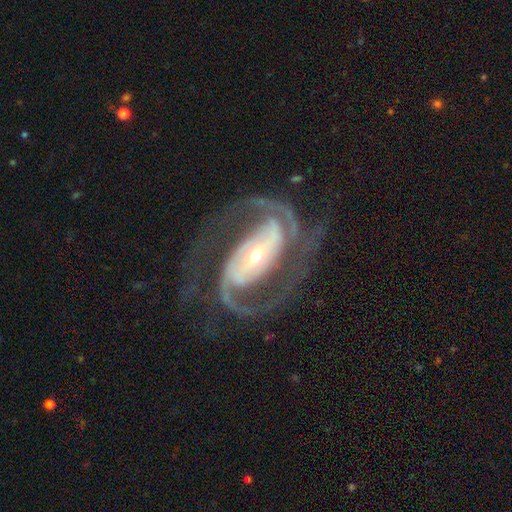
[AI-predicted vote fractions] This is clearly a featured or disk galaxy (92%). It is clearly not viewed edge-on (97%). Bar: possibly strong (48%). Spiral arm pattern: clearly yes (98%). Spiral arm count: clearly 2 (88%). Spiral winding: possibly medium (54%). Central bulge: likely small (62%). Merging: likely none (74%).